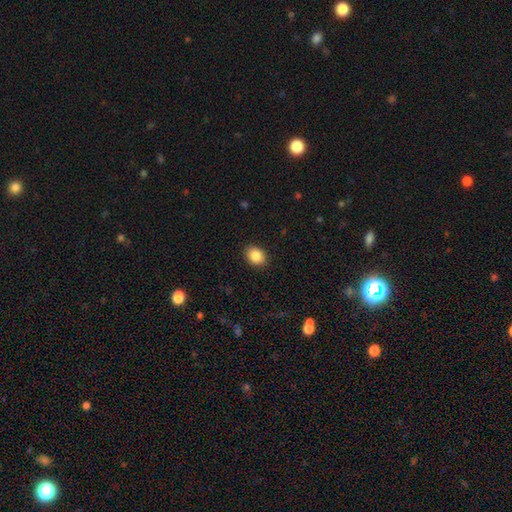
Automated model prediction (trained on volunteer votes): Smooth or featured?
  - smooth: 87% *
  - star or artifact: 8%
  - featured or disk: 5%
How rounded?
  - in between: 60% *
  - round: 39%
  - cigar-shaped: 1%
Merging?
  - none: 90% *
  - minor disturbance: 7%
  - major disturbance: 2%
  - merger: 1%